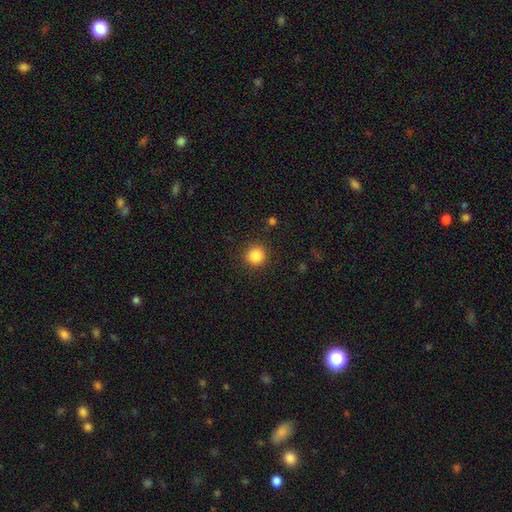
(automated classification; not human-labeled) smooth_or_featured: smooth (p=0.86) [alt: star or artifact p=0.11]
how_rounded: round (p=0.94) [alt: in between p=0.05]
merging: none (p=0.90) [alt: minor disturbance p=0.06]